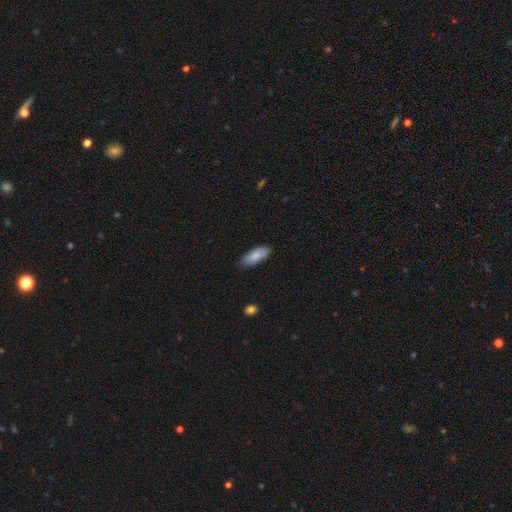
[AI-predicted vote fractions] Smooth or featured? smooth (82%)
How rounded? in between (78%)
Merging? none (84%)